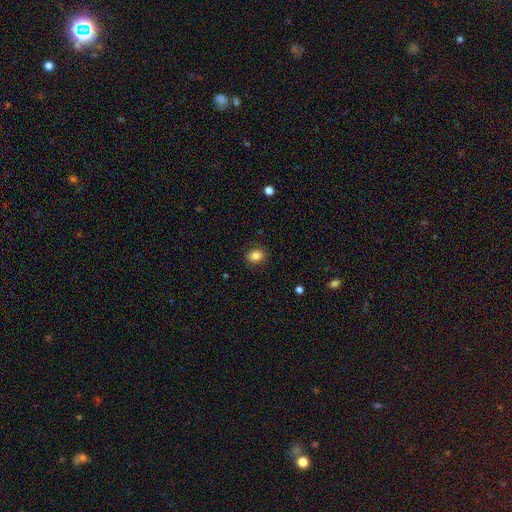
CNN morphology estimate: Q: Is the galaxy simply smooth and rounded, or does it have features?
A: smooth — 84%.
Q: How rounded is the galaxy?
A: round — 56%.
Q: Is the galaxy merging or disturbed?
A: none — 87%.